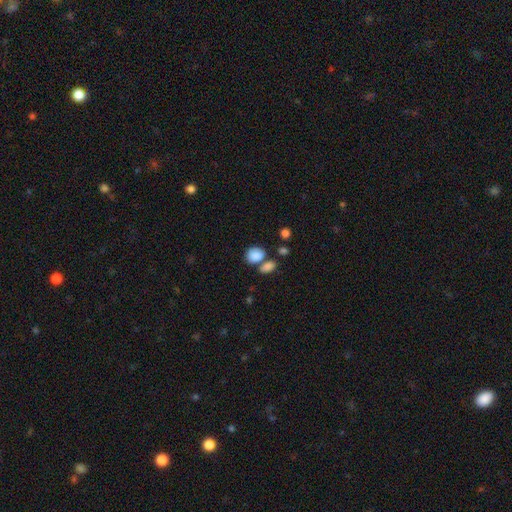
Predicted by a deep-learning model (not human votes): This appears to be a smooth galaxy with no disk features (85%) that is in between round and cigar-shaped (52%). Merging: none (47%).